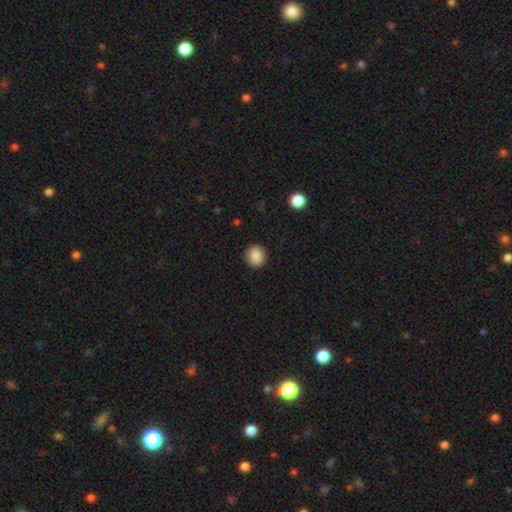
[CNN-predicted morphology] This appears to be a smooth galaxy with no disk features (86%) that is round (88%). Merging: none (90%).